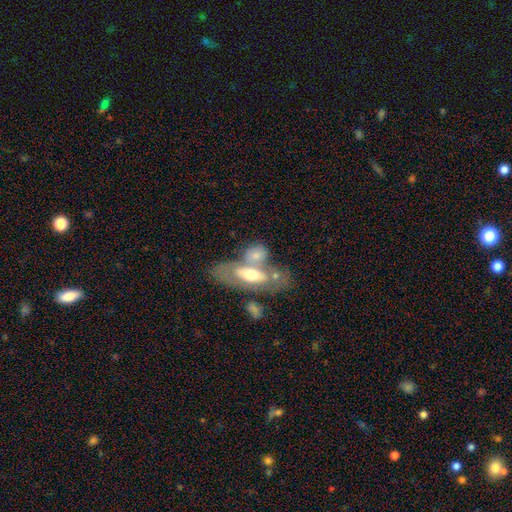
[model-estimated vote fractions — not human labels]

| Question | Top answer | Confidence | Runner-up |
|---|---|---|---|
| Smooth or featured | smooth | 51% | featured or disk (43%) |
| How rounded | in between | 75% | cigar-shaped (17%) |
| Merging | merger | 48% | none (31%) |